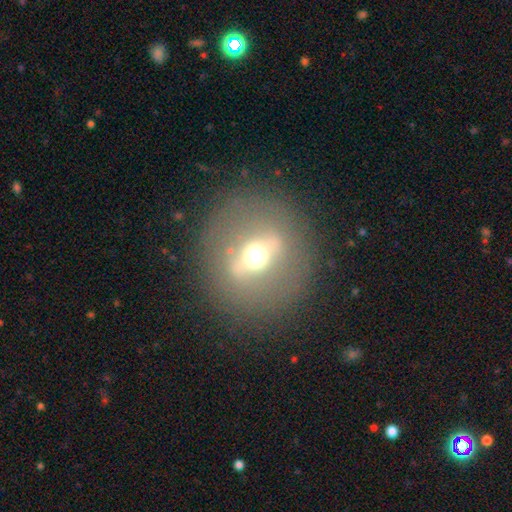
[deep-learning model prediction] The model was most divided on "smooth or featured": featured or disk: 52%, smooth: 35%, star or artifact: 13%. More confident: merging — none (83%); edge-on disk — no (74%).